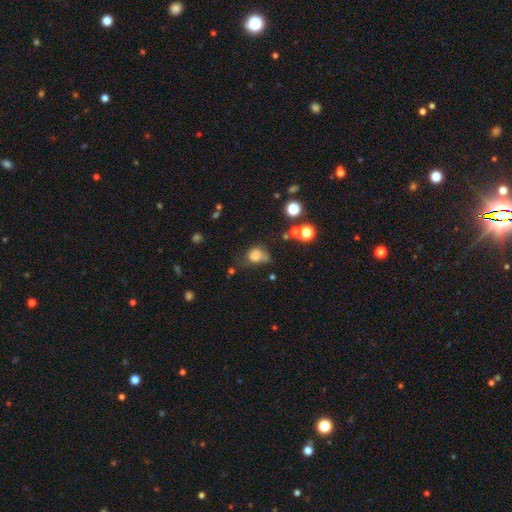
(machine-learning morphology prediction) Smooth or featured? smooth (76%)
How rounded? round (51%)
Merging? none (38%)